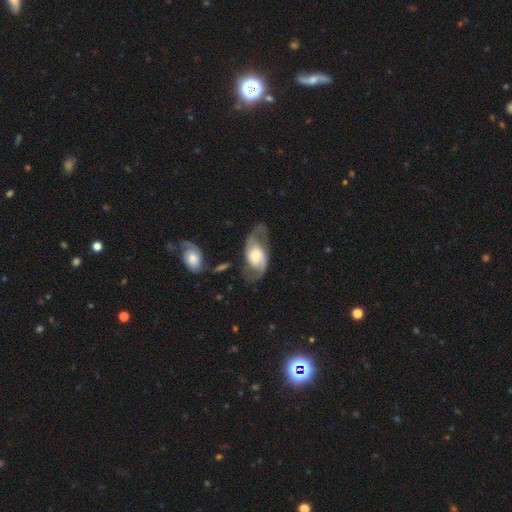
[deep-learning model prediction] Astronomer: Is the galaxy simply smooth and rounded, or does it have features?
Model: featured or disk — 77%.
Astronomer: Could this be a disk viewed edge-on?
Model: no — 95%.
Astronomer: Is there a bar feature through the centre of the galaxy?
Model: no — 53% (runner-up: weak, 35%).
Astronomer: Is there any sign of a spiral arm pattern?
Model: yes — 89%.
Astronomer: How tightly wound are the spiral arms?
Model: medium — 46% (runner-up: loose, 37%).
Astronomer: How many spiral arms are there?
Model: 2 — 88%.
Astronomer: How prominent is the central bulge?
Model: moderate — 56%.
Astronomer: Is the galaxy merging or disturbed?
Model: none — 61%.